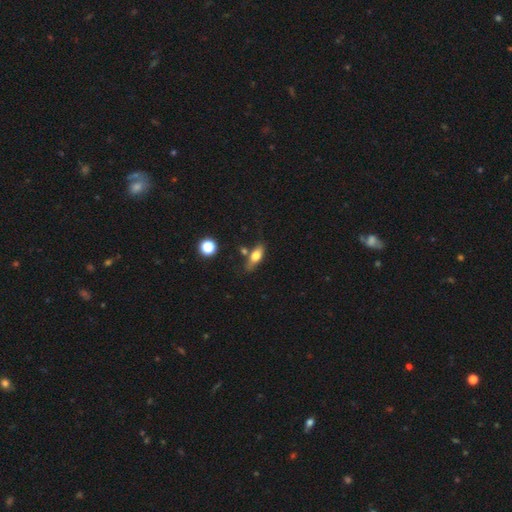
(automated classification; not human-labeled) smooth_or_featured: smooth (p=0.65) [alt: featured or disk p=0.27]
how_rounded: in between (p=0.68) [alt: cigar-shaped p=0.25]
merging: none (p=0.64) [alt: minor disturbance p=0.19]